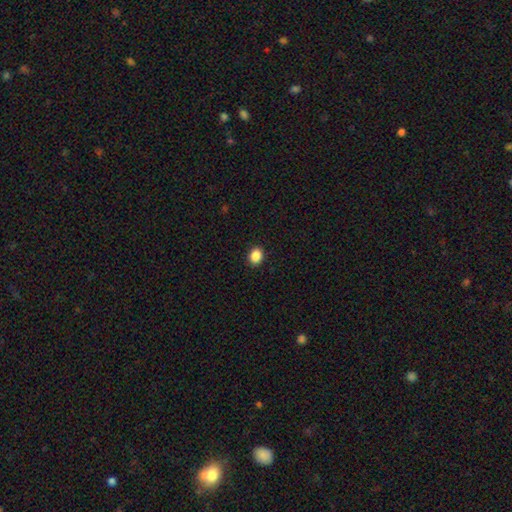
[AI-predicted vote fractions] This is clearly a smooth galaxy (88%). How rounded: possibly in between (51%). Merging: clearly none (91%).